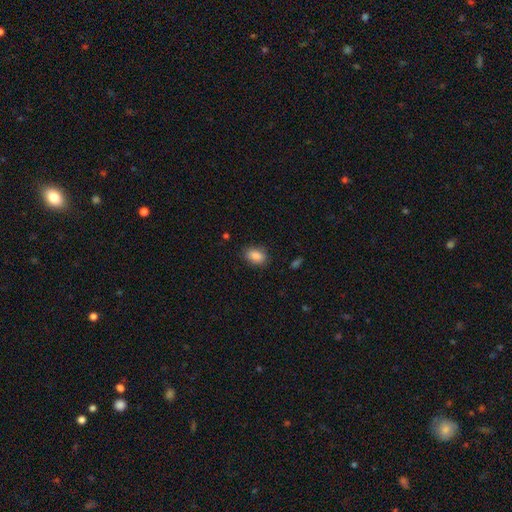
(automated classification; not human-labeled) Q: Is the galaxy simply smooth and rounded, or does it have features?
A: smooth — 87%.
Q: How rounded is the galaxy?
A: in between — 83%.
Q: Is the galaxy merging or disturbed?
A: none — 84%.